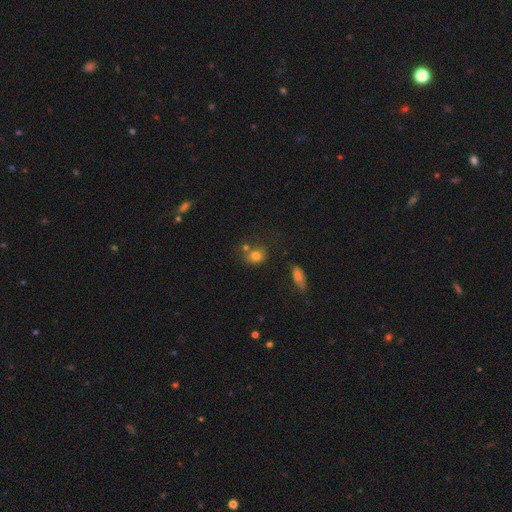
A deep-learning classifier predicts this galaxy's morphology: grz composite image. It shows a smooth galaxy with no disk features (76%) that is round (60%). Merging: none (53%).